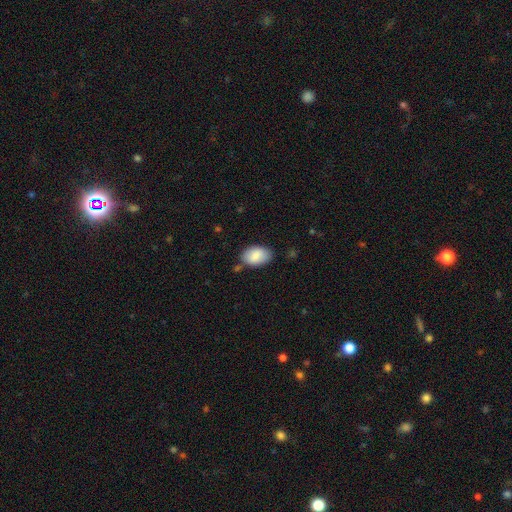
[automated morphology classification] A smooth galaxy with no disk features (85%) that is in between round and cigar-shaped (92%).

Vote fractions:
- Smooth or featured? smooth: 85% / featured or disk: 9% / star or artifact: 6%
- How rounded? in between: 92% / round: 7% / cigar-shaped: 1%
- Merging? none: 77% / minor disturbance: 16% / merger: 4% / major disturbance: 3%